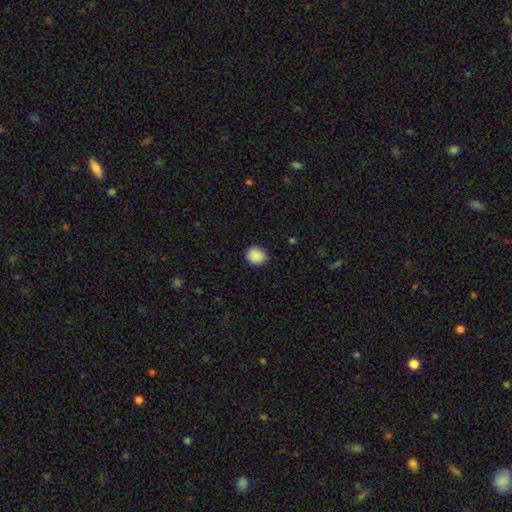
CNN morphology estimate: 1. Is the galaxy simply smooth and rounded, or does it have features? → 89% smooth, 8% star or artifact, 3% featured or disk.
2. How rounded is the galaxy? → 75% round, 24% in between, 1% cigar-shaped.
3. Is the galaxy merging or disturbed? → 88% none, 9% minor disturbance, 2% major disturbance, 1% merger.